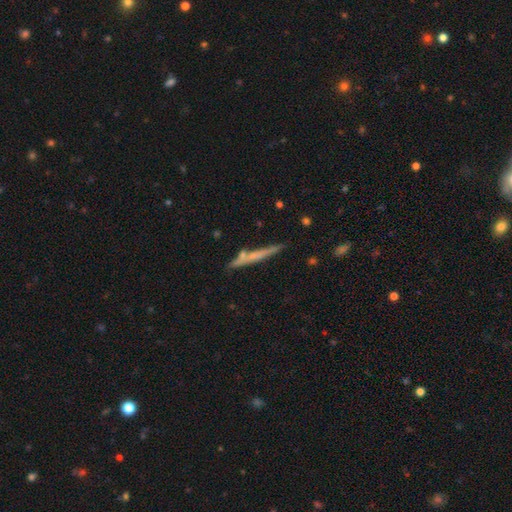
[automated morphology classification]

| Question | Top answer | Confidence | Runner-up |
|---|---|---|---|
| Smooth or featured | featured or disk | 47% | smooth (46%) |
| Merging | none | 78% | minor disturbance (13%) |